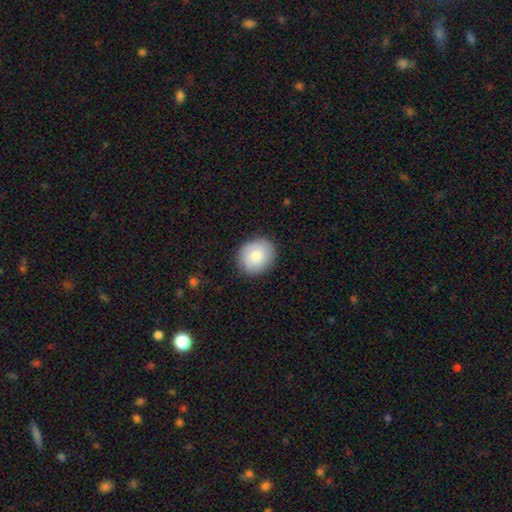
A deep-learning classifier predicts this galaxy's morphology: A smooth galaxy with no disk features (79%) that is round (71%).

Vote fractions:
- Smooth or featured? smooth: 79% / featured or disk: 14% / star or artifact: 7%
- How rounded? round: 71% / in between: 28% / cigar-shaped: 1%
- Merging? none: 86% / minor disturbance: 10% / major disturbance: 3% / merger: 1%